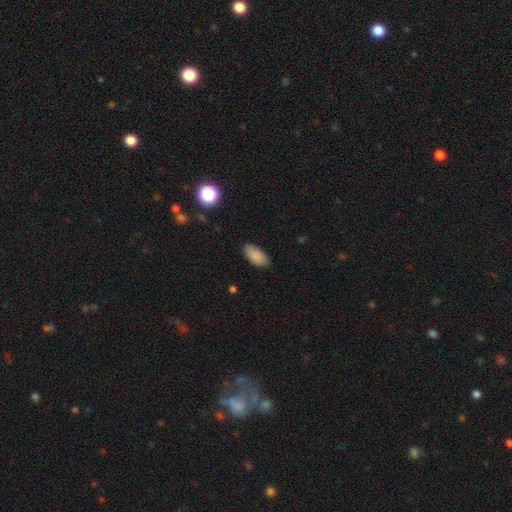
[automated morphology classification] Smooth or featured?
  - smooth: 87% *
  - star or artifact: 7%
  - featured or disk: 5%
How rounded?
  - in between: 90% *
  - cigar-shaped: 7%
  - round: 2%
Merging?
  - none: 84% *
  - minor disturbance: 13%
  - major disturbance: 2%
  - merger: 1%